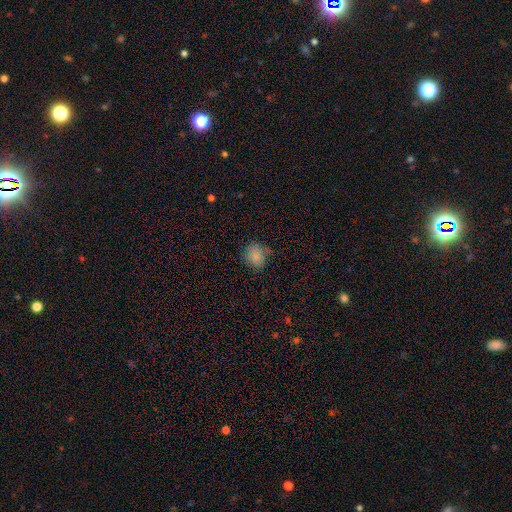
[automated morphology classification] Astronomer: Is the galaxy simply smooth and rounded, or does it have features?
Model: smooth — 81%.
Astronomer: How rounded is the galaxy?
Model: round — 74%.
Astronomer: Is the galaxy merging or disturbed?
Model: none — 69%.